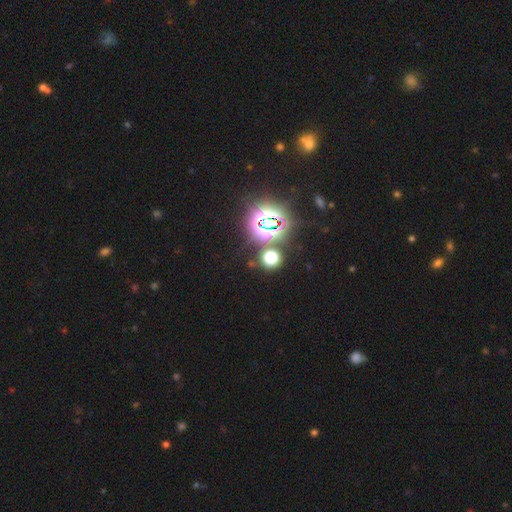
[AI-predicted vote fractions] smooth-or-featured: star or artifact: 77% | smooth: 15% | featured or disk: 8%